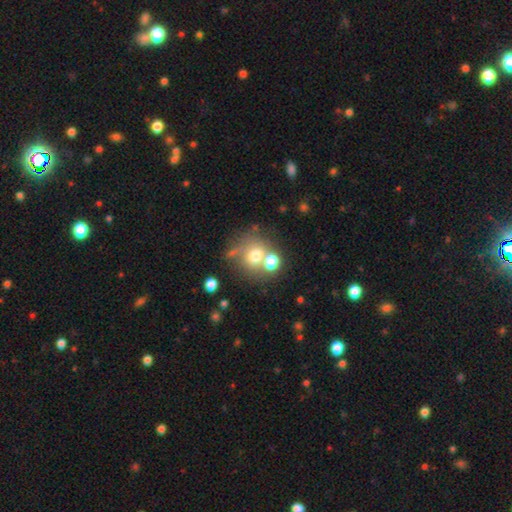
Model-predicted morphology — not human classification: smooth_or_featured: smooth (p=0.68) [alt: featured or disk p=0.18]
how_rounded: round (p=0.78) [alt: in between p=0.21]
merging: none (p=0.42) [alt: merger p=0.38]